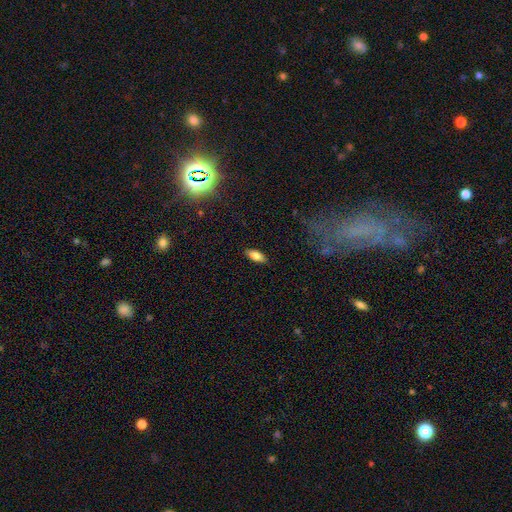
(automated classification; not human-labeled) This appears to be a smooth galaxy with no disk features (79%) that is in between round and cigar-shaped (81%). Merging: none (87%).